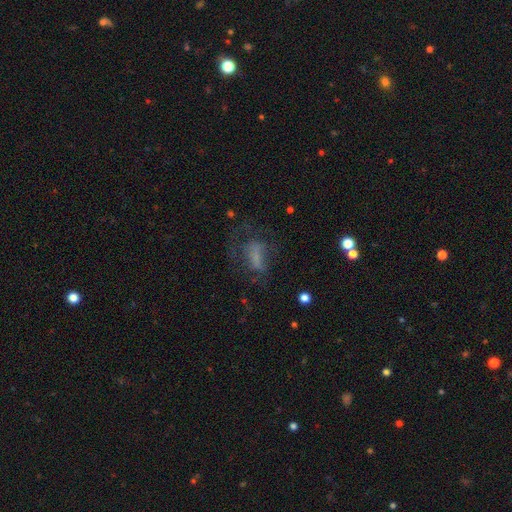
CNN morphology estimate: A smooth galaxy with no disk features (42%). Merging: major disturbance (40%).